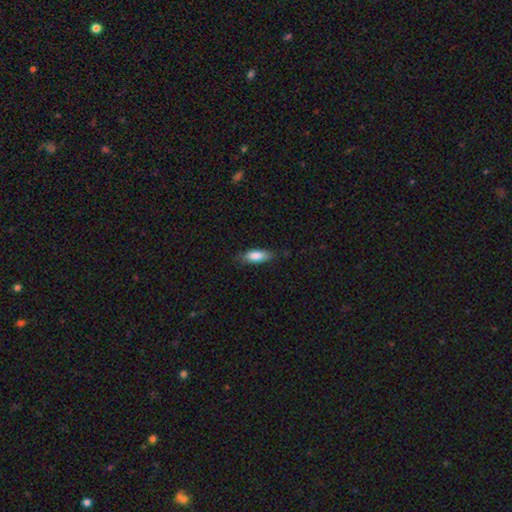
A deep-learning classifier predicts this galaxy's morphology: smooth-or-featured: smooth: 84% | featured or disk: 10% | star or artifact: 6%
  how-rounded: in between: 71% | cigar-shaped: 27% | round: 2%
  merging: none: 78% | minor disturbance: 18% | major disturbance: 4% | merger: 1%